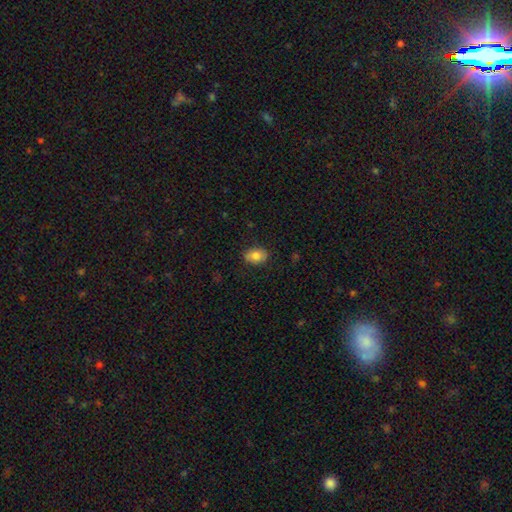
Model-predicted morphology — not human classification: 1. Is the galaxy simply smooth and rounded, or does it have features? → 80% smooth, 12% featured or disk, 8% star or artifact.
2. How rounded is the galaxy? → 77% in between, 22% round, 1% cigar-shaped.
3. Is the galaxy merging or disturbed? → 83% none, 13% minor disturbance, 3% major disturbance, 1% merger.